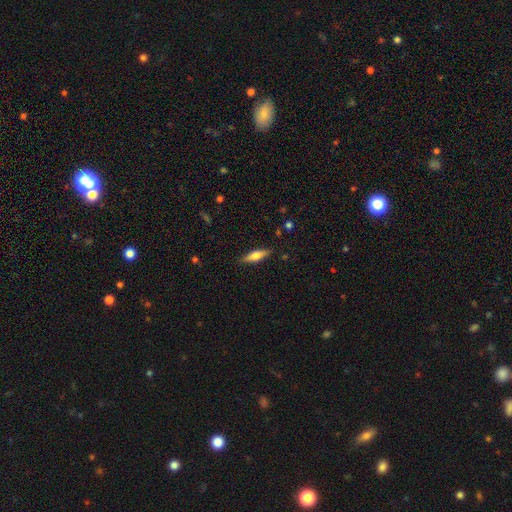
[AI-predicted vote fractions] A smooth galaxy with no disk features (59%) that is cigar-shaped (59%). Merging: none (88%).